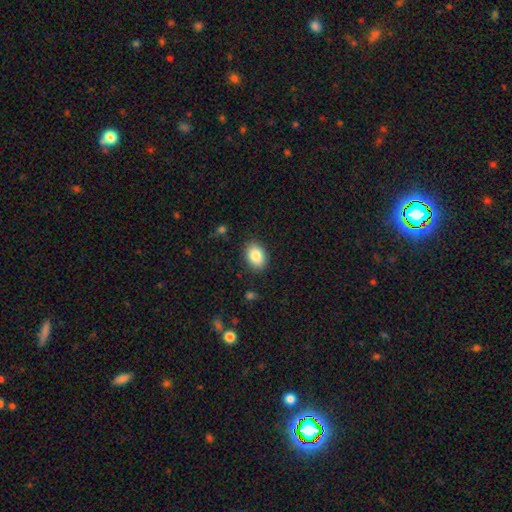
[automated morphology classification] Q: Smooth or featured?
A: smooth (85%); runner-up: star or artifact (7%)
Q: How rounded?
A: in between (79%); runner-up: round (20%)
Q: Merging?
A: none (87%); runner-up: minor disturbance (9%)